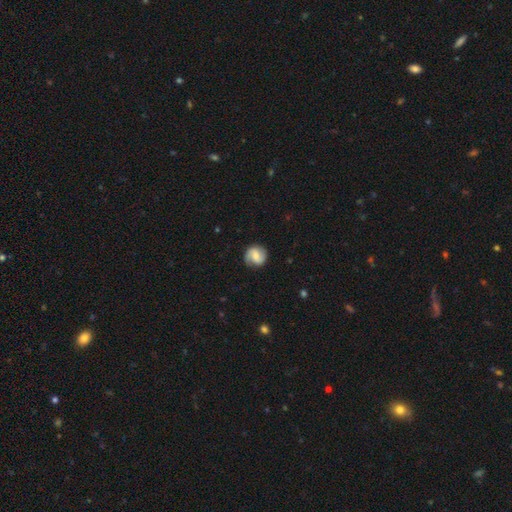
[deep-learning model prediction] This appears to be a featured or disk galaxy (62%) with a weak bar (47%), 2 (85%) medium (43%) spiral arms (93%) and a moderate central bulge (44%). Merging: none (82%).